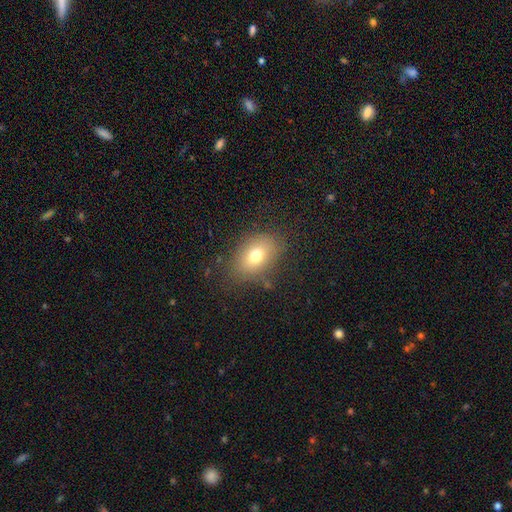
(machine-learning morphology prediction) Smooth or featured? Predicted: smooth (p=0.73). How rounded? Predicted: in between (p=0.80). Merging? Predicted: none (p=0.78).